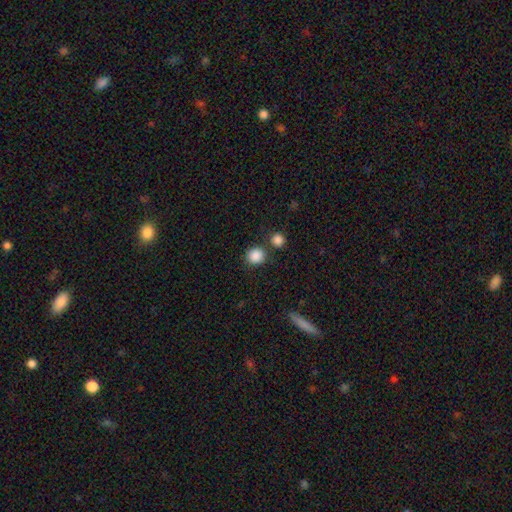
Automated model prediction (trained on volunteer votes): Q: Smooth or featured?
A: smooth (87%); runner-up: star or artifact (10%)
Q: How rounded?
A: round (84%); runner-up: in between (15%)
Q: Merging?
A: none (76%); runner-up: merger (11%)